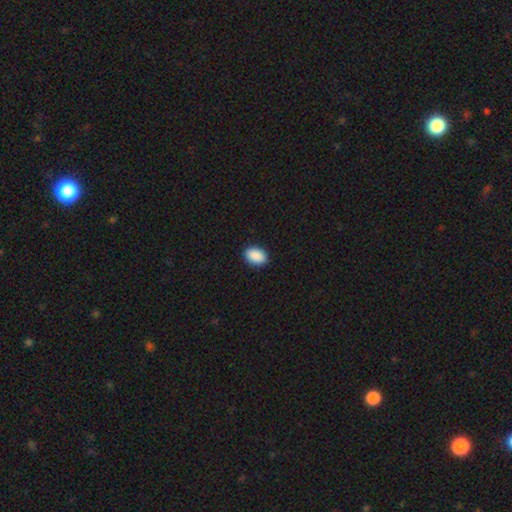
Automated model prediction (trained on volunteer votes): Smooth or featured? smooth (91%)
How rounded? in between (88%)
Merging? none (91%)